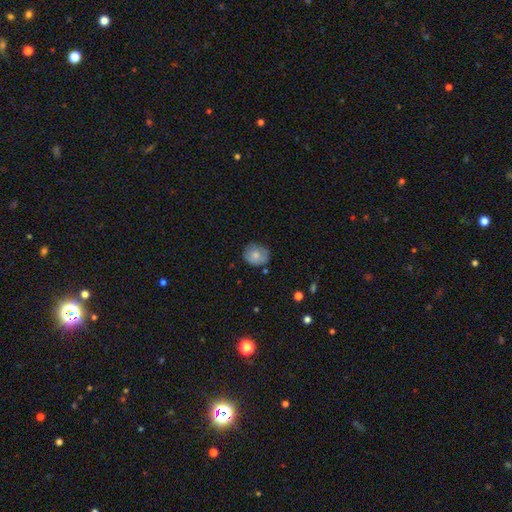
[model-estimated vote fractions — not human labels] Q: Smooth or featured?
A: smooth (75%); runner-up: featured or disk (17%)
Q: How rounded?
A: round (76%); runner-up: in between (23%)
Q: Merging?
A: none (67%); runner-up: minor disturbance (24%)